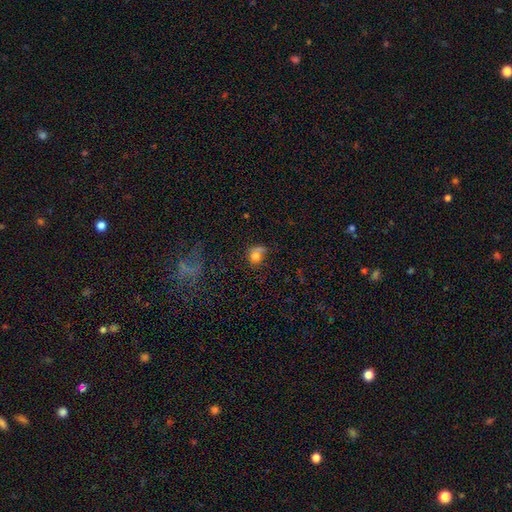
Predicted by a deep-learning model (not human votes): Smooth or featured?
  - smooth: 70% *
  - featured or disk: 17%
  - star or artifact: 14%
How rounded?
  - round: 68% *
  - in between: 30%
  - cigar-shaped: 1%
Merging?
  - none: 40% *
  - major disturbance: 26%
  - minor disturbance: 25%
  - merger: 10%